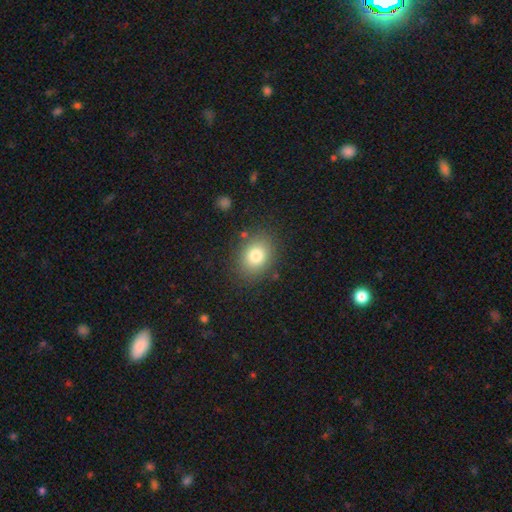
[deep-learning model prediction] Q: Smooth or featured?
A: smooth (80%); runner-up: star or artifact (11%)
Q: How rounded?
A: in between (54%); runner-up: round (45%)
Q: Merging?
A: none (84%); runner-up: minor disturbance (10%)